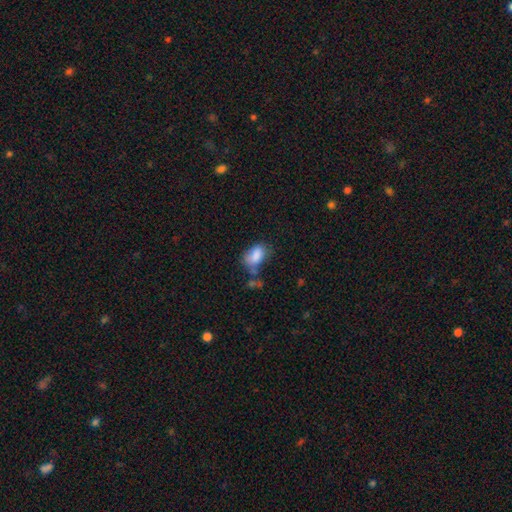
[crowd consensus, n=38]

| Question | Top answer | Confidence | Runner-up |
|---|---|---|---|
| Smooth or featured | smooth | 79% | featured or disk (13%) |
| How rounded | in between | 83% | round (13%) |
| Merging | minor disturbance | 40% | none (26%) |